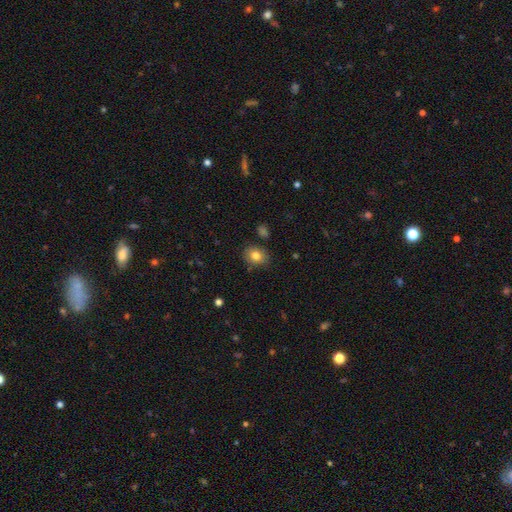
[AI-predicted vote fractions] Smooth or featured? Predicted: smooth (p=0.81). How rounded? Predicted: round (p=0.51). Merging? Predicted: none (p=0.82).